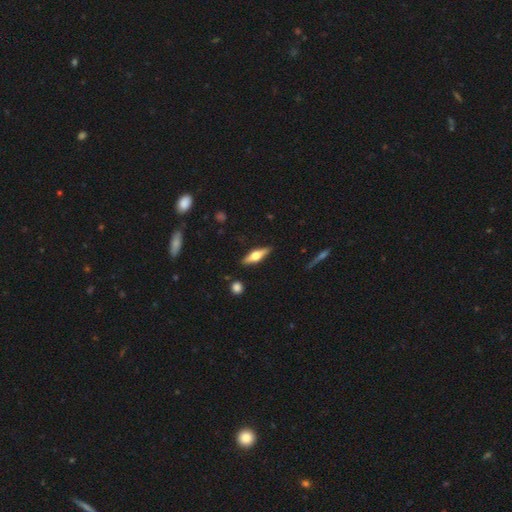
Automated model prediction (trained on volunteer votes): Smooth or featured? Predicted: featured or disk (p=0.60). Edge-on disk? Predicted: yes (p=0.95). Edge-on bulge? Predicted: rounded (p=0.94). Merging? Predicted: none (p=0.88).